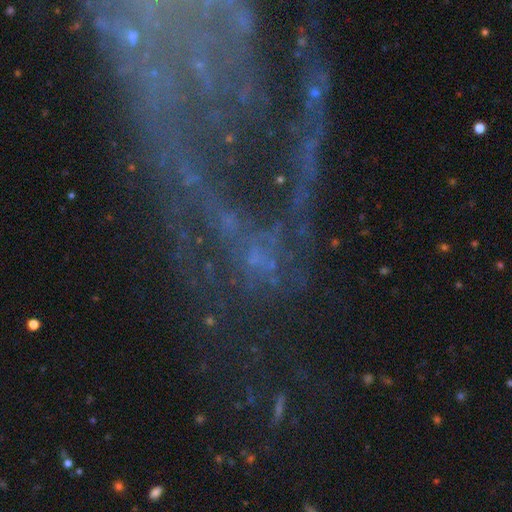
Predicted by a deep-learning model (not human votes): star or artifact 44%, featured or disk 42%, smooth 14%.